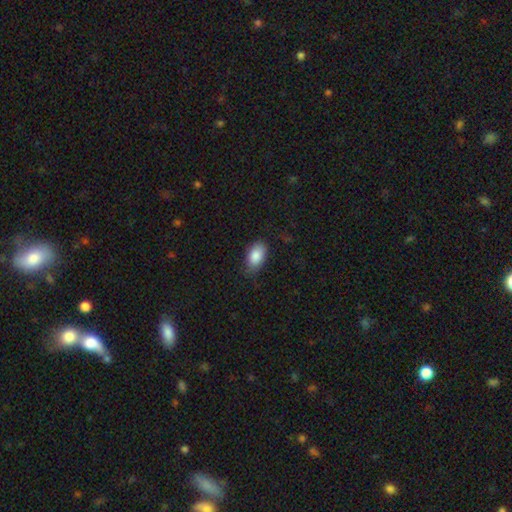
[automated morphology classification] Smooth or featured? Predicted: smooth (p=0.85). How rounded? Predicted: in between (p=0.92). Merging? Predicted: none (p=0.75).